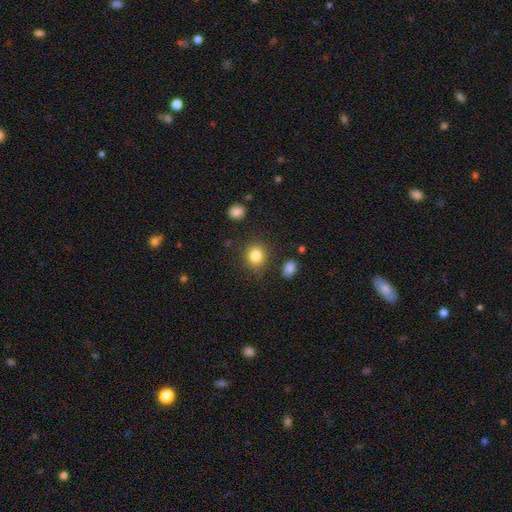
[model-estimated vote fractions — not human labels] This is clearly a smooth galaxy (83%). How rounded: likely round (74%). Merging: clearly none (81%).